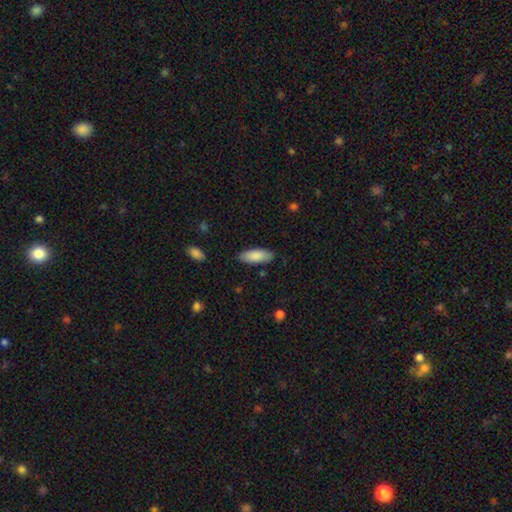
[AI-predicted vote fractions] Smooth or featured? smooth (87%)
How rounded? in between (75%)
Merging? none (86%)